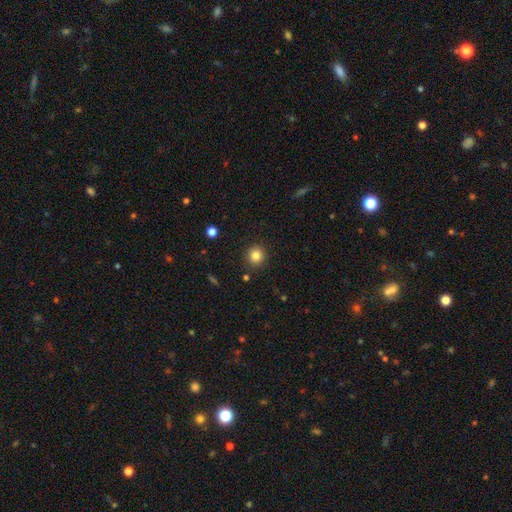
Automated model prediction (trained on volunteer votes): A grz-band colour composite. It shows a smooth galaxy with no disk features (83%) that is round (92%). Merging: none (90%).